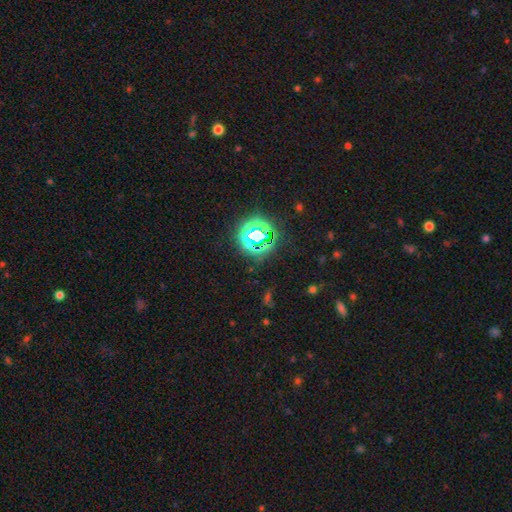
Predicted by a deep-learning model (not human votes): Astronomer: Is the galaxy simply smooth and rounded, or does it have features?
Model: star or artifact — 76%.